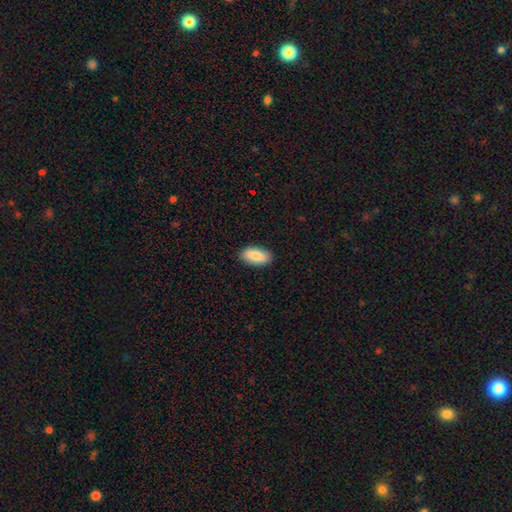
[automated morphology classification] This is clearly a smooth galaxy (86%). How rounded: clearly in between (89%). Merging: clearly none (89%).